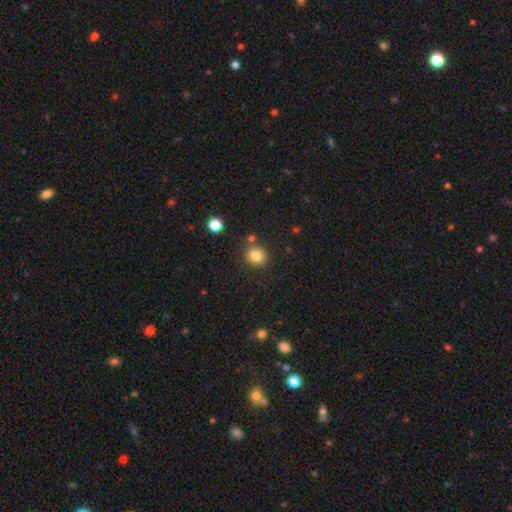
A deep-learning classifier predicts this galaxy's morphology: Smooth or featured? Predicted: smooth (p=0.81). How rounded? Predicted: round (p=0.85). Merging? Predicted: none (p=0.77).